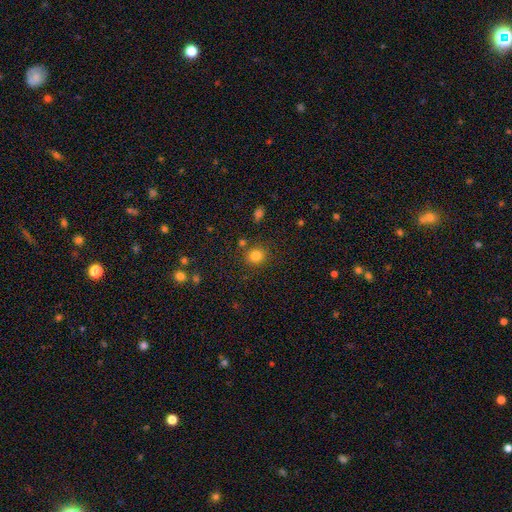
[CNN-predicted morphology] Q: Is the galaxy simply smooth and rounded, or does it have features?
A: smooth — 82%.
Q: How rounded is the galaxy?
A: round — 84%.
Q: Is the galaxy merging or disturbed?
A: none — 83%.